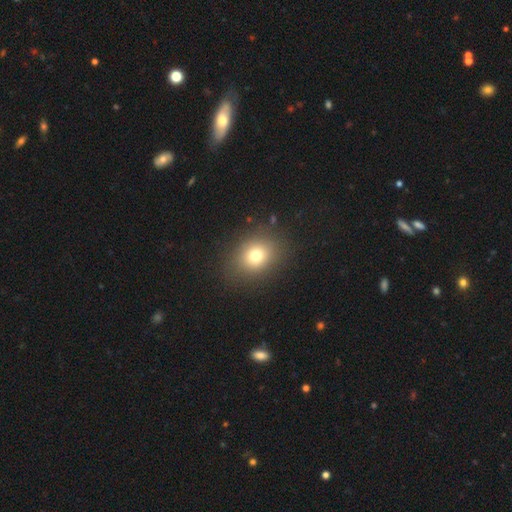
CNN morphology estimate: smooth 74%, star or artifact 14%, featured or disk 11%. Down the decision tree: how rounded — round (58%); merging — none (85%).